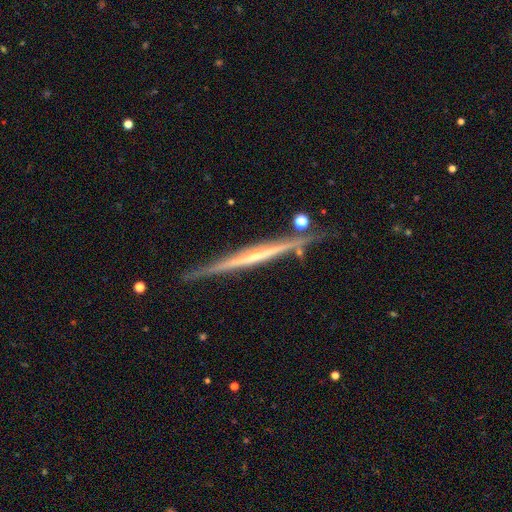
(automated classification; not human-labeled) Morphology: type=featured or disk (82%); edge-on=yes (98%); edge-on bulge=none (50%); merging=none (84%).